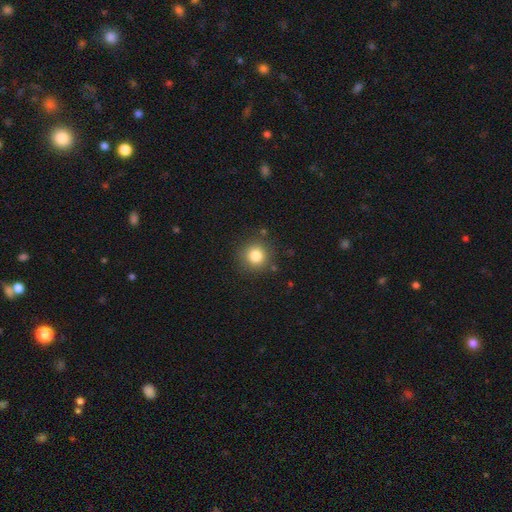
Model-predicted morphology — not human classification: This appears to be a smooth galaxy with no disk features (82%) that is round (93%). Merging: none (86%).